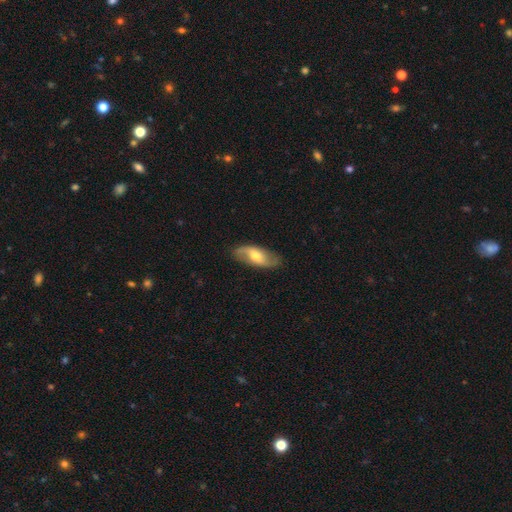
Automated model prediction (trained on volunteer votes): This appears to be a featured or disk galaxy (61%) with no bar (48%), spiral arms (84%) and a moderate central bulge (65%). Merging: none (84%).